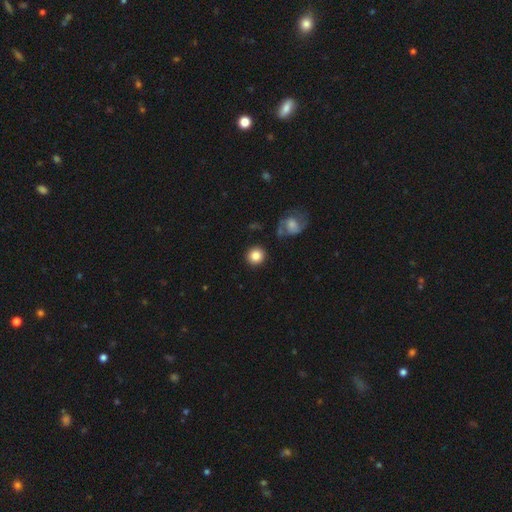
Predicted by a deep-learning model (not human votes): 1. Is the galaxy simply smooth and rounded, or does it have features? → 85% smooth, 9% star or artifact, 7% featured or disk.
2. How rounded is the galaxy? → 94% round, 6% in between, 1% cigar-shaped.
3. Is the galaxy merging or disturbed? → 87% none, 6% minor disturbance, 4% merger, 3% major disturbance.